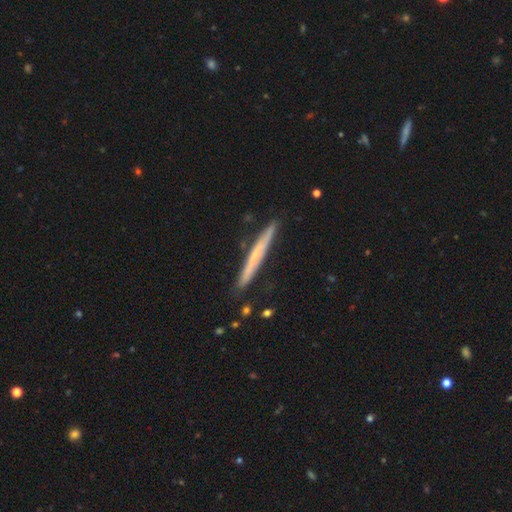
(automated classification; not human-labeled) This is possibly a featured or disk galaxy (56%). It is clearly viewed edge-on (96%). Edge-on bulge: likely none (60%). Merging: clearly none (87%).